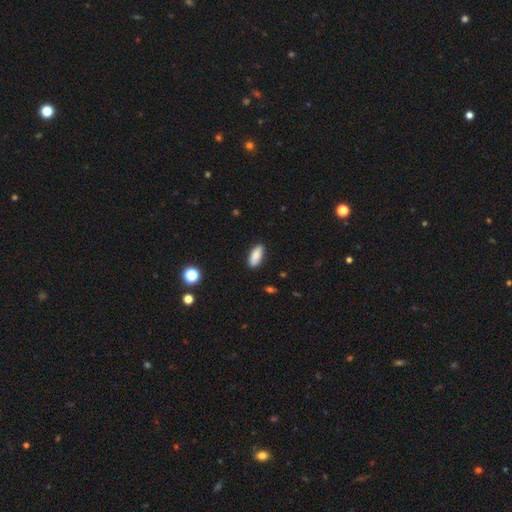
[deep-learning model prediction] smooth-or-featured: smooth: 86% | star or artifact: 7% | featured or disk: 7%
  how-rounded: in between: 81% | cigar-shaped: 17% | round: 2%
  merging: none: 88% | minor disturbance: 9% | major disturbance: 2% | merger: 1%